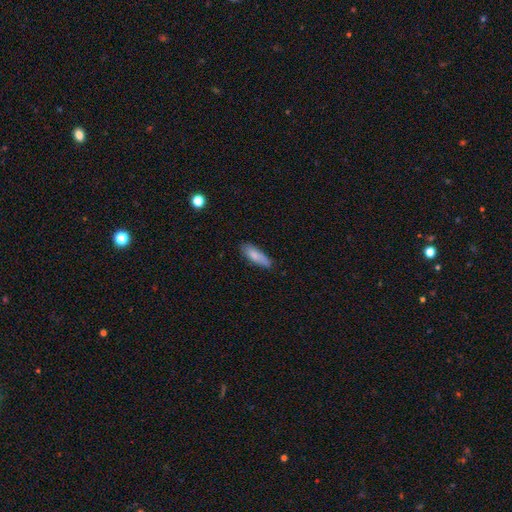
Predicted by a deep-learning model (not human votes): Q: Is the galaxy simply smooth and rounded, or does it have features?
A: smooth — 82%.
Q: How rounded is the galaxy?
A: in between — 52%.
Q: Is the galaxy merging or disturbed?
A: none — 74%.